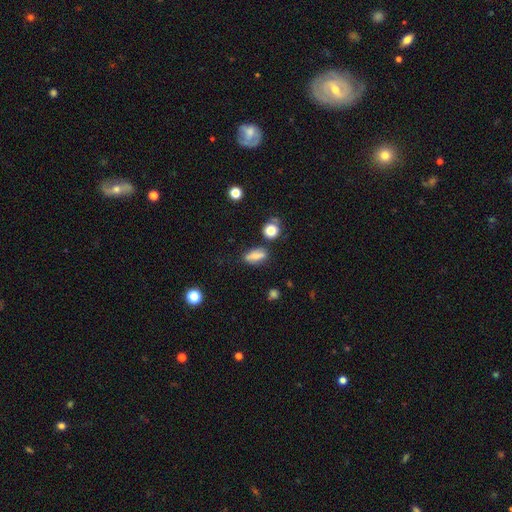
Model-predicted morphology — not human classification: Overall: smooth (72%). How rounded: in between (69%). Merging: none (68%).